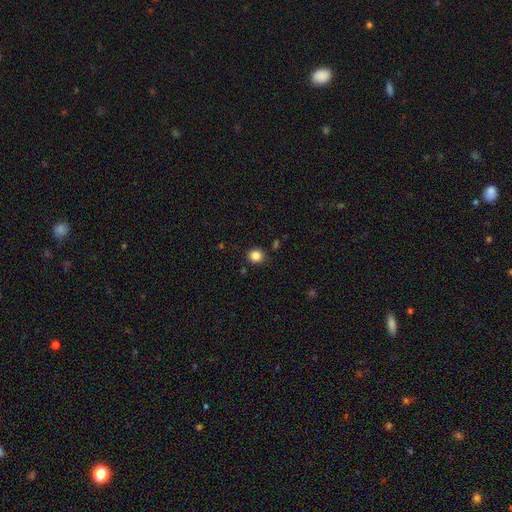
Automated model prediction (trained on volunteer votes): Morphology: type=smooth (85%); roundness=round (89%); merging=none (88%).